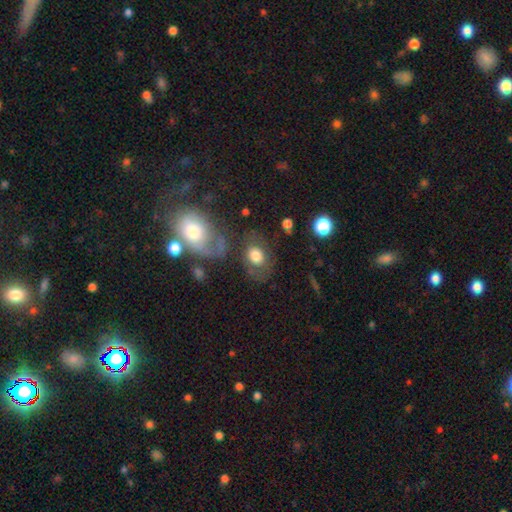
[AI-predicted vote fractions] Q: Smooth or featured?
A: smooth (63%); runner-up: featured or disk (27%)
Q: How rounded?
A: in between (60%); runner-up: round (39%)
Q: Merging?
A: none (60%); runner-up: minor disturbance (18%)